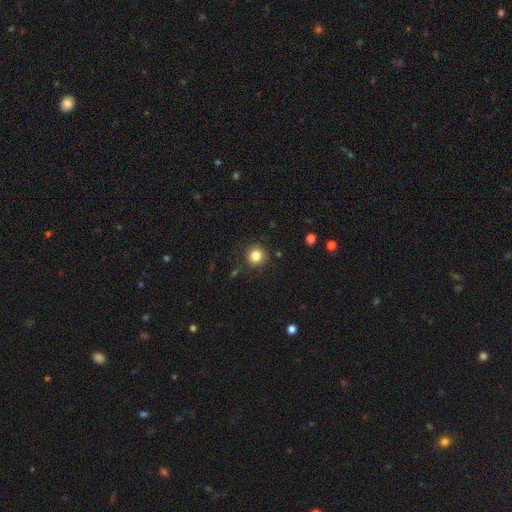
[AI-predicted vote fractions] Smooth or featured? smooth (83%)
How rounded? round (93%)
Merging? none (87%)